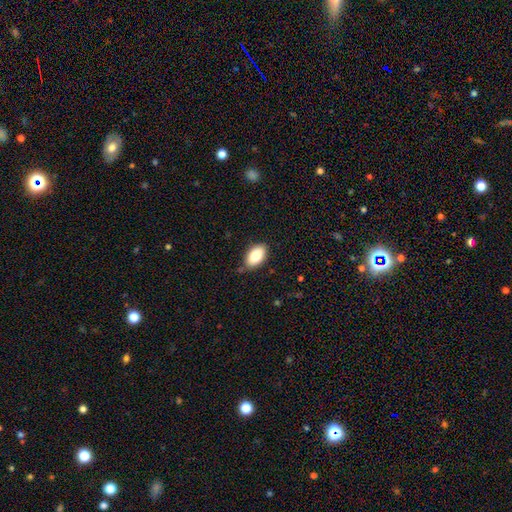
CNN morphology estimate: The model was most divided on "merging": none: 80%, minor disturbance: 15%, major disturbance: 3%, merger: 2%. More confident: how rounded — in between (93%); smooth or featured — smooth (83%).